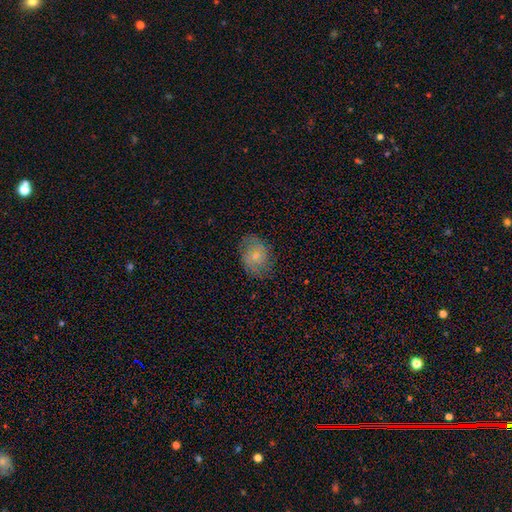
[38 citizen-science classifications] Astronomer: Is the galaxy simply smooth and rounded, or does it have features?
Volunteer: smooth — 76%.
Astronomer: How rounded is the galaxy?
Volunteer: in between — 72%.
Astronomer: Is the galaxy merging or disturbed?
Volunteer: none — 80%.